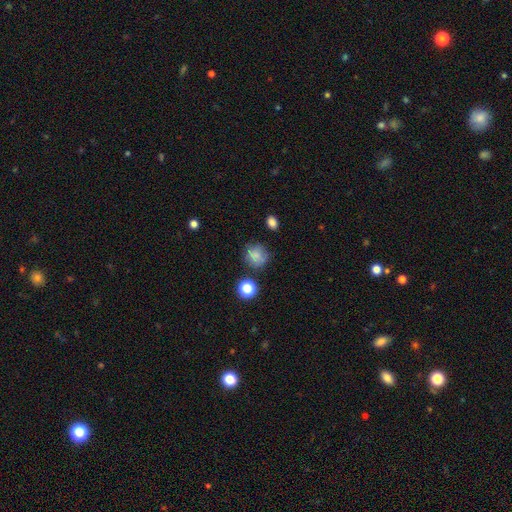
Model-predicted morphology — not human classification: Overall: smooth (78%). How rounded: round (83%). Merging: none (72%).